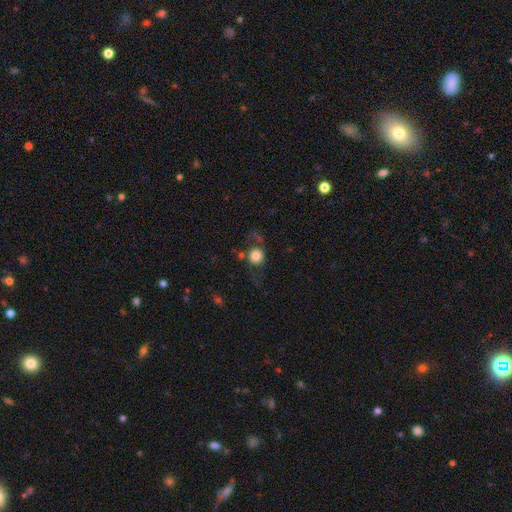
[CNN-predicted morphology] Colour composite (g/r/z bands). It shows a smooth galaxy with no disk features (69%) that is round (86%). Merging: none (58%).